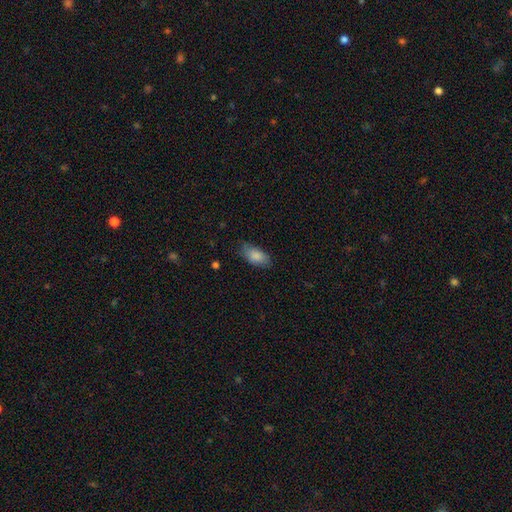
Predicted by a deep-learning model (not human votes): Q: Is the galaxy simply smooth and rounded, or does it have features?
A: smooth — 85%.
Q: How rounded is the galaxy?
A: in between — 92%.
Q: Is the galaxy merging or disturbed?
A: none — 74%.